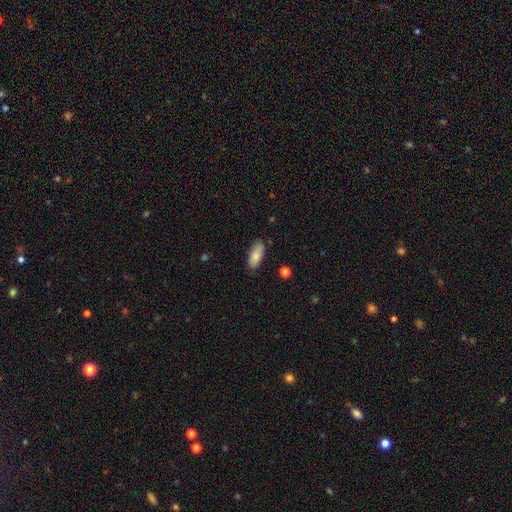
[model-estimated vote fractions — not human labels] Smooth or featured: smooth — 84% (featured or disk — 10%)
How rounded: in between — 82% (cigar-shaped — 16%)
Merging: none — 84% (minor disturbance — 12%)